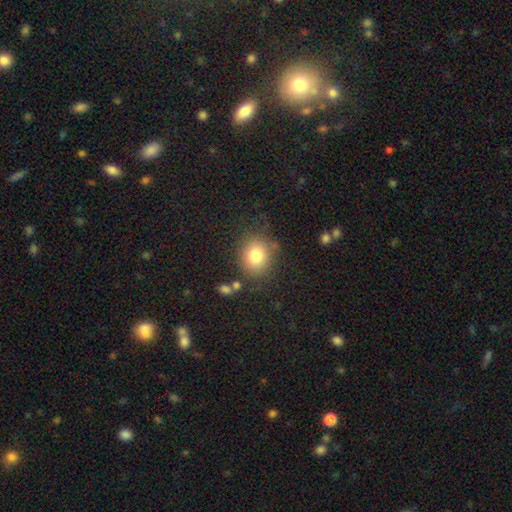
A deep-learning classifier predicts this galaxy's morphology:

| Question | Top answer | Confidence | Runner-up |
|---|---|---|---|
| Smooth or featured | smooth | 80% | star or artifact (11%) |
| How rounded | round | 72% | in between (27%) |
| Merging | none | 79% | minor disturbance (12%) |